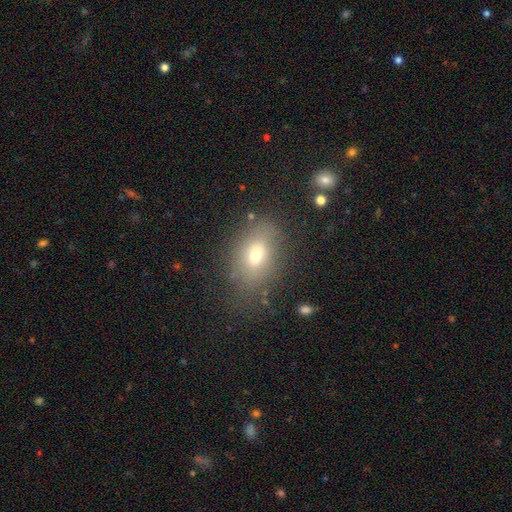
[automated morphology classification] A smooth galaxy with no disk features (66%) that is in between round and cigar-shaped (74%). Merging: none (72%).